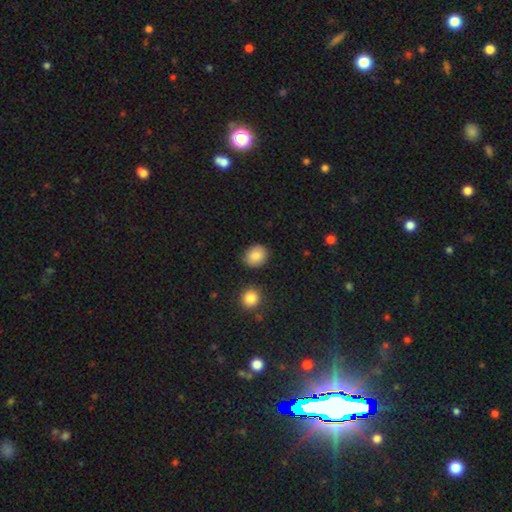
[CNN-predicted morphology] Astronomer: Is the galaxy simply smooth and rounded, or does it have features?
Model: smooth — 87%.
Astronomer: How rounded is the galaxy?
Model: round — 59% (runner-up: in between, 40%).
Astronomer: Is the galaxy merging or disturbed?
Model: none — 84%.